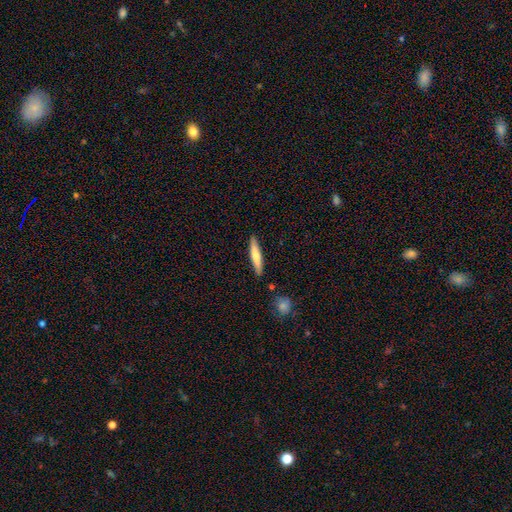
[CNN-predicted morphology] Overall: smooth (64%; featured or disk 30%). How rounded: cigar-shaped (90%). Merging: none (88%).